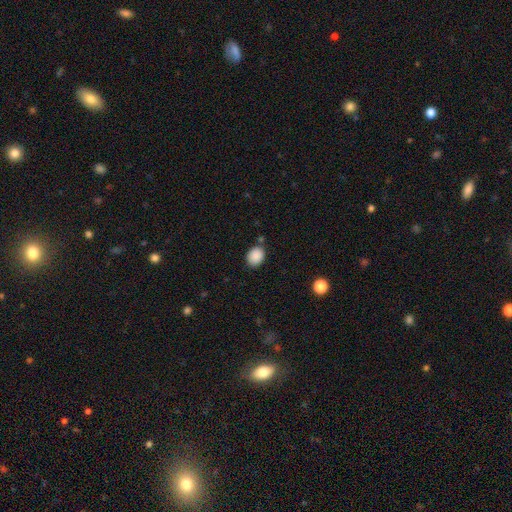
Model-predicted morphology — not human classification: Smooth or featured? Predicted: smooth (p=0.89). How rounded? Predicted: in between (p=0.53). Merging? Predicted: none (p=0.79).